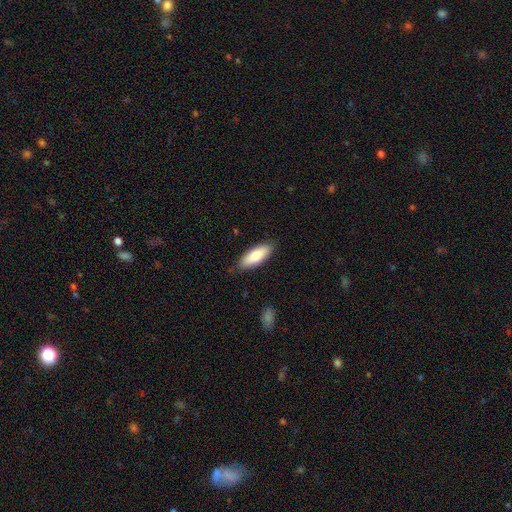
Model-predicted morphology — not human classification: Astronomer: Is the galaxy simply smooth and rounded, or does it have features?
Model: smooth — 80%.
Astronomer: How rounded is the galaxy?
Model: in between — 68%.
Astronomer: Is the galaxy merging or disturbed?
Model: none — 84%.